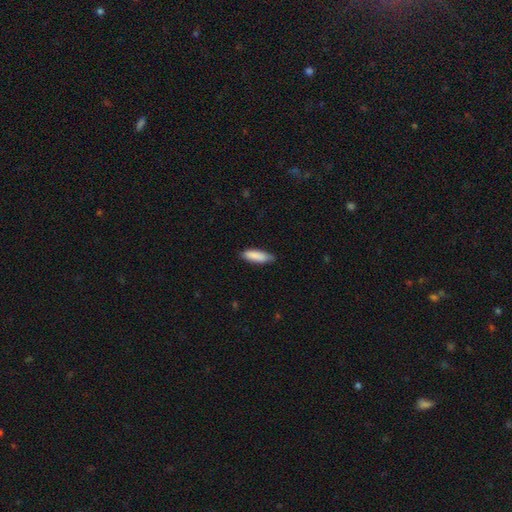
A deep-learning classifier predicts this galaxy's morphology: A smooth galaxy with no disk features (87%) that is in between round and cigar-shaped (50%).

Vote fractions:
- Smooth or featured? smooth: 87% / featured or disk: 7% / star or artifact: 6%
- How rounded? in between: 50% / cigar-shaped: 49% / round: 1%
- Merging? none: 77% / minor disturbance: 19% / major disturbance: 3% / merger: 1%